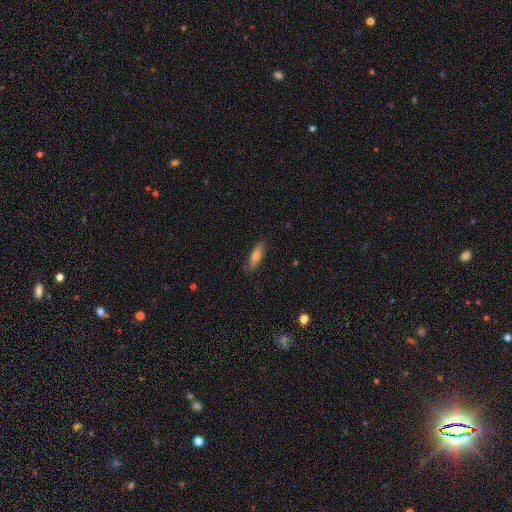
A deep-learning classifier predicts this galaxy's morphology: type=smooth (64%); roundness=cigar-shaped (55%); merging=none (82%).